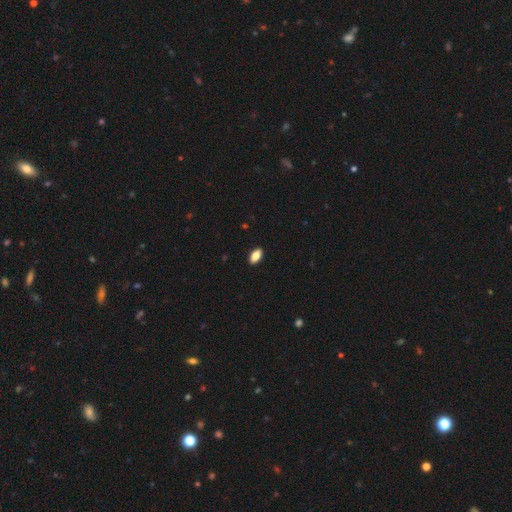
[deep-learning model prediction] Overall: smooth (83%). How rounded: in between (91%). Merging: none (90%).